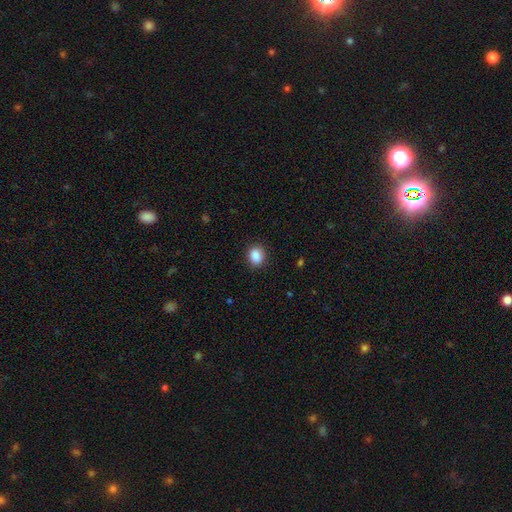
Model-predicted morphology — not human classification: This appears to be a smooth galaxy with no disk features (88%) that is round (53%). Merging: none (87%).